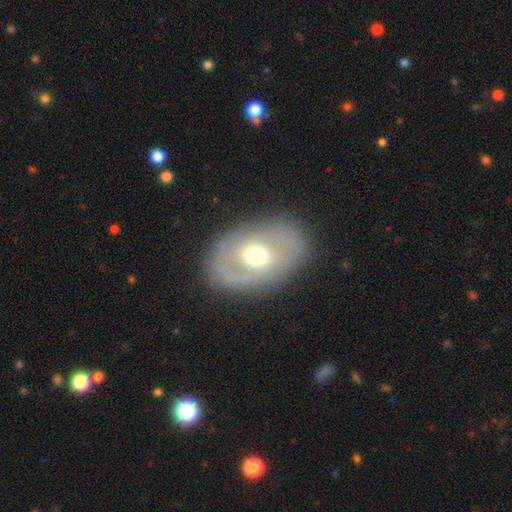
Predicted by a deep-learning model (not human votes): This is likely a featured or disk galaxy (60%). It is clearly not viewed edge-on (92%). Bar: likely no (67%). Spiral arm pattern: likely no (63%). Central bulge: likely moderate (67%). Merging: clearly none (82%).